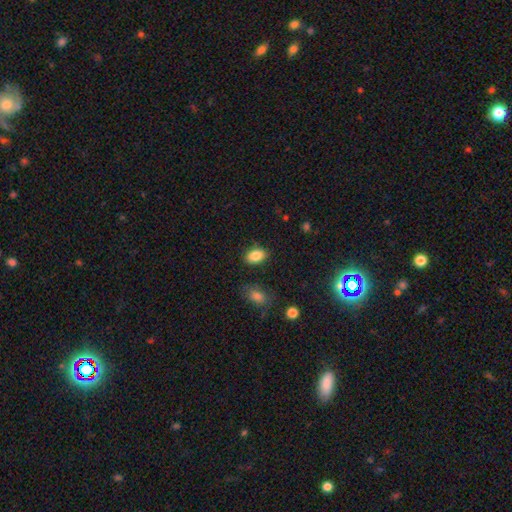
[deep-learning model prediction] A smooth galaxy with no disk features (85%) that is in between round and cigar-shaped (86%).

Vote fractions:
- Smooth or featured? smooth: 85% / star or artifact: 8% / featured or disk: 7%
- How rounded? in between: 86% / round: 12% / cigar-shaped: 1%
- Merging? none: 84% / minor disturbance: 11% / major disturbance: 3% / merger: 2%